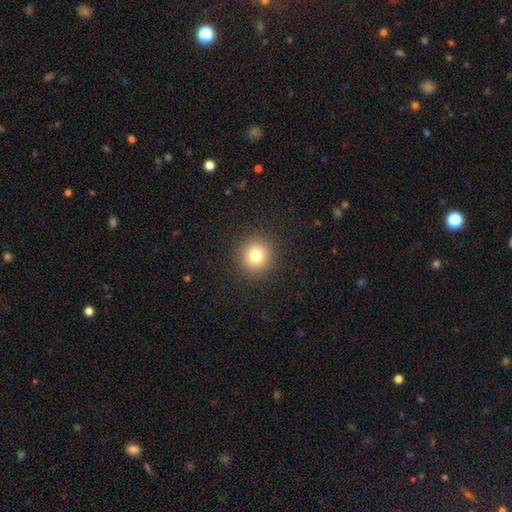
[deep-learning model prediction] Smooth or featured? Predicted: smooth (p=0.79). How rounded? Predicted: round (p=0.93). Merging? Predicted: none (p=0.92).